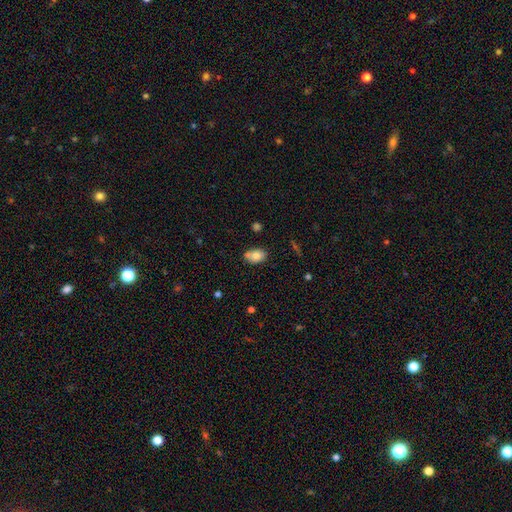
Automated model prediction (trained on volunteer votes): This appears to be a smooth galaxy with no disk features (79%) that is in between round and cigar-shaped (83%). Merging: none (62%).